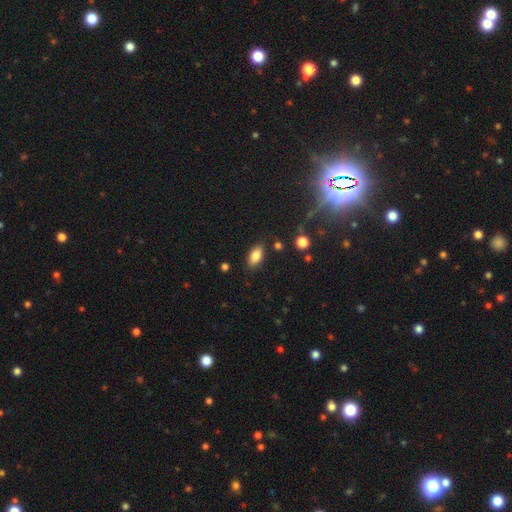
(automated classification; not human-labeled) Morphology: type=smooth (83%); roundness=in between (90%); merging=none (83%).